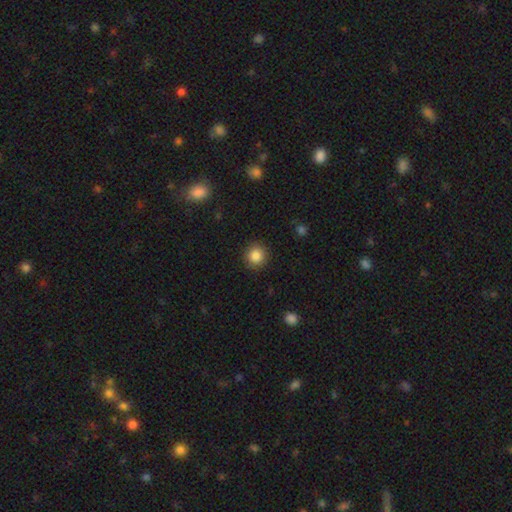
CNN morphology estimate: The model was most divided on "smooth or featured": smooth: 85%, star or artifact: 10%, featured or disk: 5%. More confident: how rounded — round (92%); merging — none (91%).